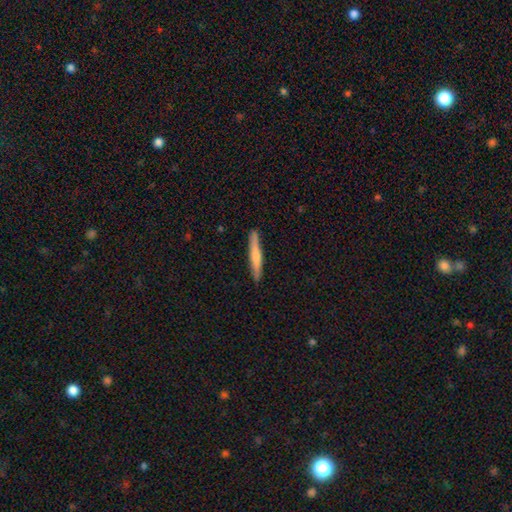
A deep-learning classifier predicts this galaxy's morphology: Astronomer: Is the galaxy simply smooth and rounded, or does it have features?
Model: smooth — 62%.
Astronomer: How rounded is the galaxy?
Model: cigar-shaped — 95%.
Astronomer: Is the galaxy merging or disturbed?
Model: none — 90%.